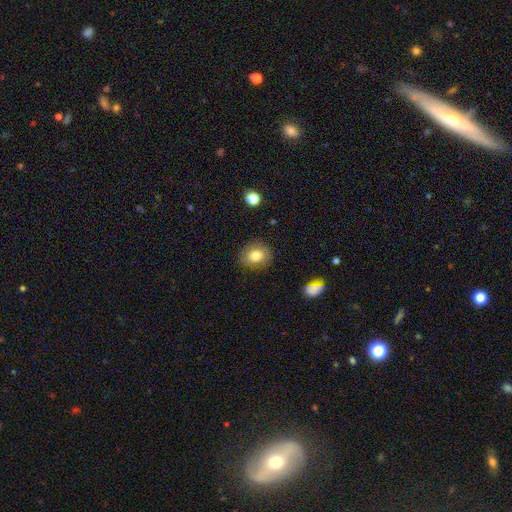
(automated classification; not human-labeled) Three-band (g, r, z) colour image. It shows a smooth galaxy with no disk features (78%) that is round (56%). Merging: none (84%).